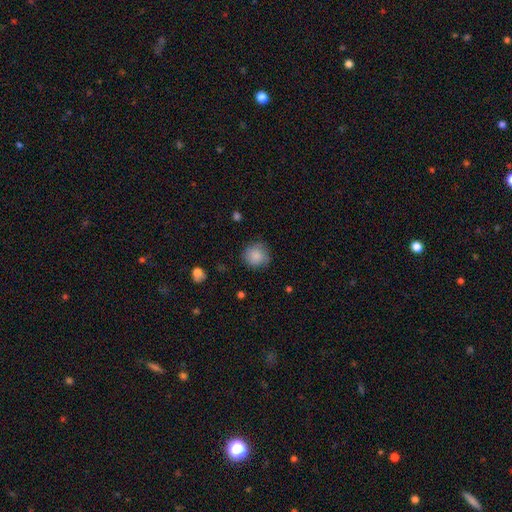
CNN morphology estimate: smooth-or-featured: smooth: 86% | star or artifact: 8% | featured or disk: 6%
  how-rounded: round: 91% | in between: 8% | cigar-shaped: 1%
  merging: none: 78% | minor disturbance: 17% | major disturbance: 4% | merger: 1%